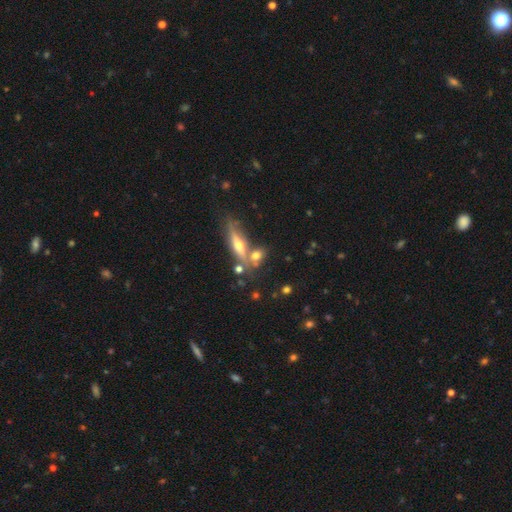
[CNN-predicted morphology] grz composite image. It shows a smooth galaxy with no disk features (51%) that is in between round and cigar-shaped (42%). Merging: none (54%).